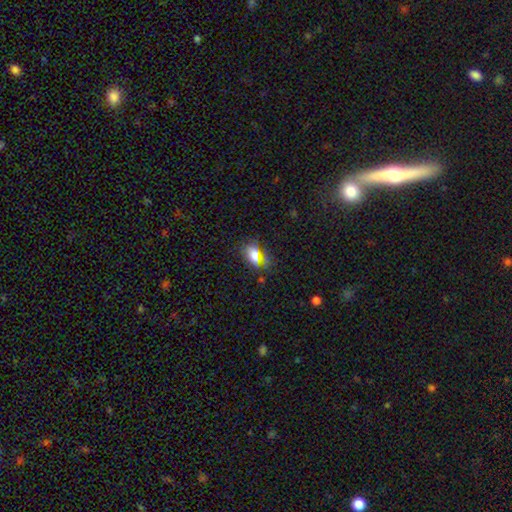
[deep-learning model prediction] Smooth or featured: smooth — 68% (star or artifact — 21%)
How rounded: in between — 73% (round — 21%)
Merging: none — 75% (minor disturbance — 16%)